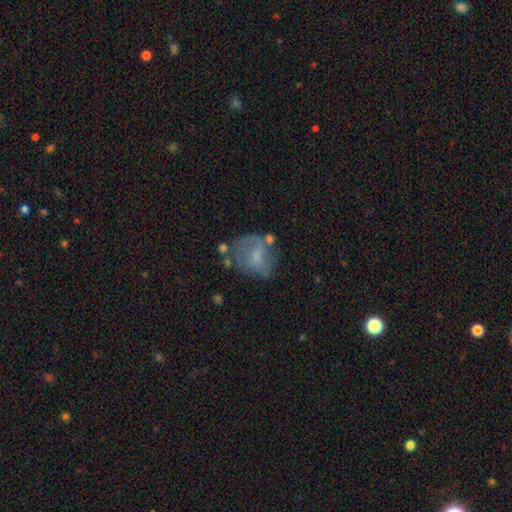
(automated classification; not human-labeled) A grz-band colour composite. It shows a smooth galaxy with no disk features (46%). Merging: none (41%).